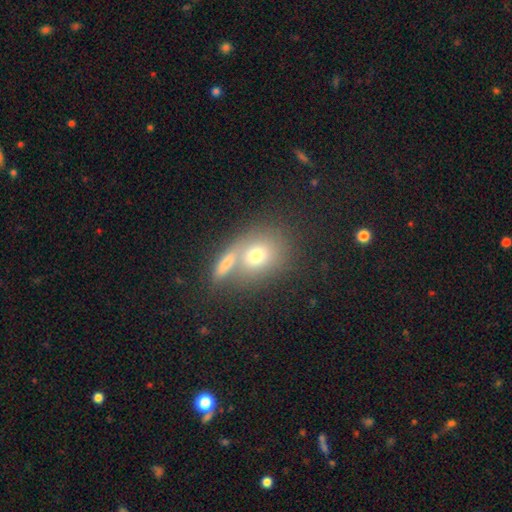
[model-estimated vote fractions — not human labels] Overall: smooth (66%). How rounded: round (59%; in between 38%). Merging: merger (44%; none 41%).